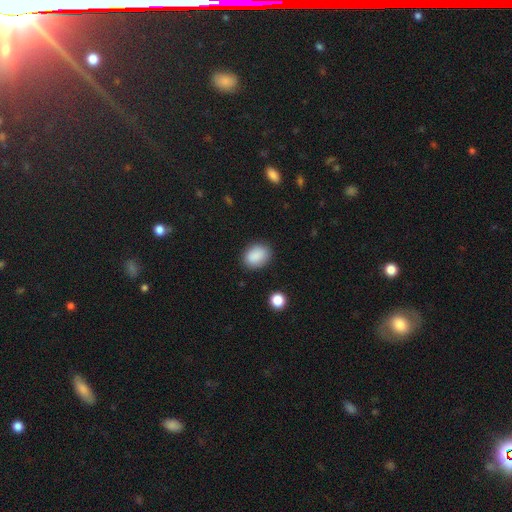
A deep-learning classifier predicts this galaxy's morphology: Smooth or featured? smooth (88%)
How rounded? in between (72%)
Merging? none (85%)